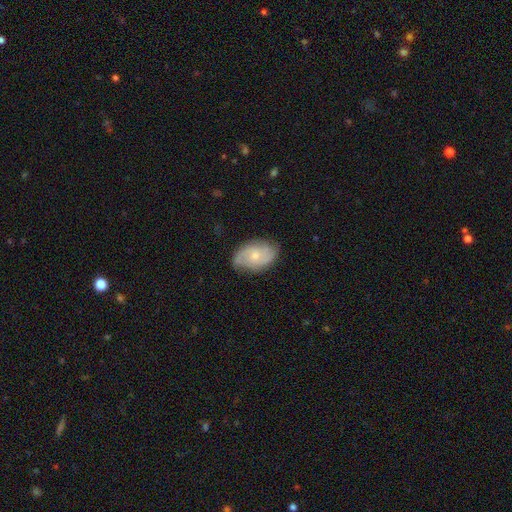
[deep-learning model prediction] Smooth or featured: featured or disk — 63% (smooth — 30%)
Edge-on disk: no — 96% (yes — 4%)
Bar: no — 68% (weak — 28%)
Spiral arms: yes — 89% (no — 11%)
Spiral winding: medium — 44% (tight — 32%)
Spiral arm count: 2 — 60% (can't tell — 20%)
Bulge size: small — 55% (moderate — 39%)
Merging: none — 73% (minor disturbance — 20%)